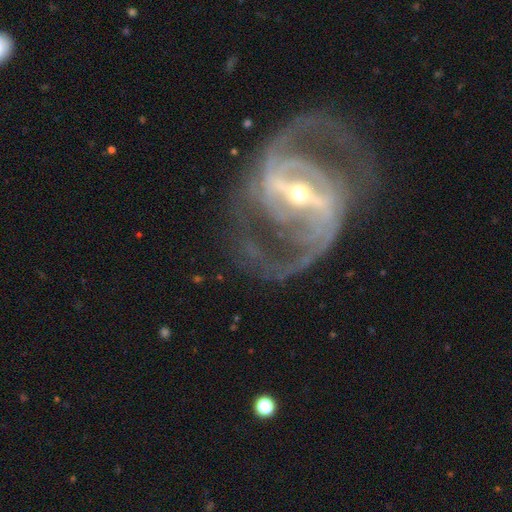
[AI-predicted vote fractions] The model was most divided on "bulge size": small: 60%, moderate: 36%, large: 3%, dominant: 1%, none: 1%. More confident: spiral arms — yes (97%); edge-on disk — no (97%); smooth or featured — featured or disk (93%); spiral arm count — 2 (87%); bar — strong (77%); merging — none (70%); spiral winding — medium (56%).